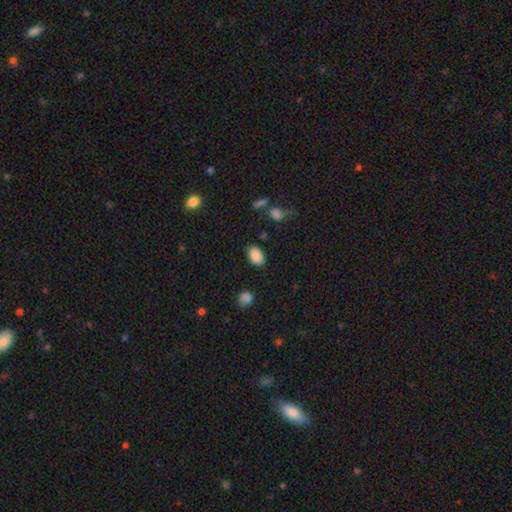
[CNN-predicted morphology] Q: Smooth or featured?
A: smooth (88%); runner-up: star or artifact (8%)
Q: How rounded?
A: in between (90%); runner-up: round (9%)
Q: Merging?
A: none (83%); runner-up: minor disturbance (12%)